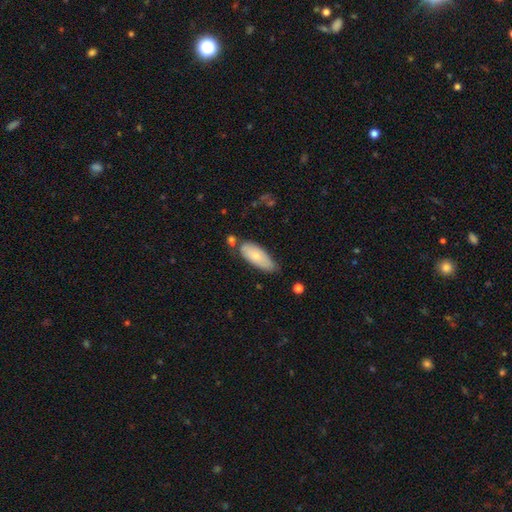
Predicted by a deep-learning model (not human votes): A smooth galaxy with no disk features (73%) that is in between round and cigar-shaped (78%).

Vote fractions:
- Smooth or featured? smooth: 73% / featured or disk: 21% / star or artifact: 6%
- How rounded? in between: 78% / cigar-shaped: 20% / round: 2%
- Merging? none: 58% / minor disturbance: 26% / merger: 10% / major disturbance: 5%